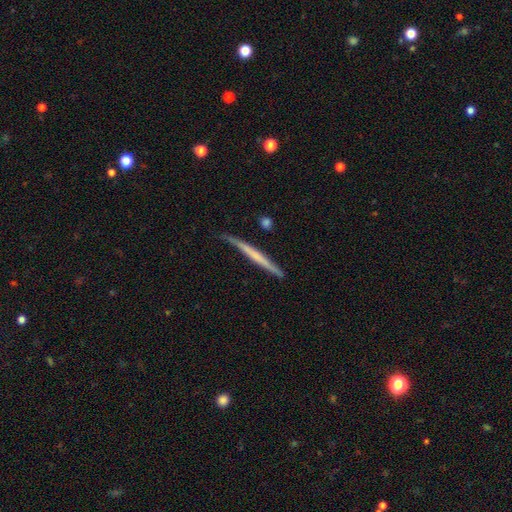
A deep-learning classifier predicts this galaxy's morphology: Smooth or featured: featured or disk — 50% (smooth — 44%)
Edge-on disk: yes — 96% (no — 4%)
Merging: none — 79% (minor disturbance — 16%)